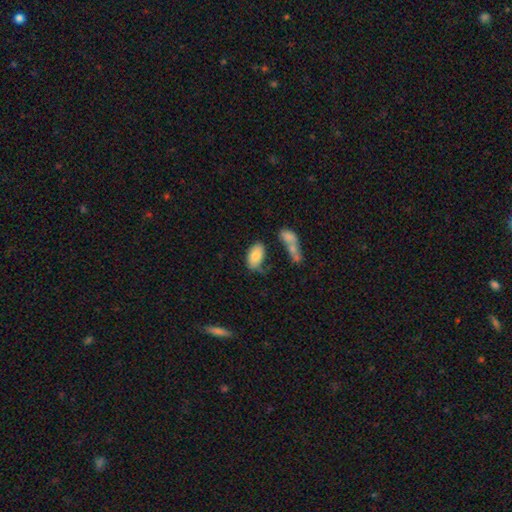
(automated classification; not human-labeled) This is clearly a smooth galaxy (81%). How rounded: clearly in between (94%). Merging: possibly none (58%).